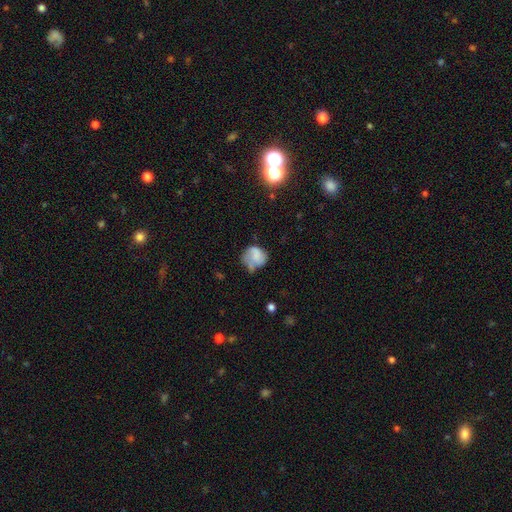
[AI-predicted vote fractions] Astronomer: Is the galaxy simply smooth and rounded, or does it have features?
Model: smooth — 55% (runner-up: featured or disk, 36%).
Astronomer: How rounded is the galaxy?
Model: round — 66%.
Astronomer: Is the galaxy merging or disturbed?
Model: none — 34% (runner-up: minor disturbance, 33%).